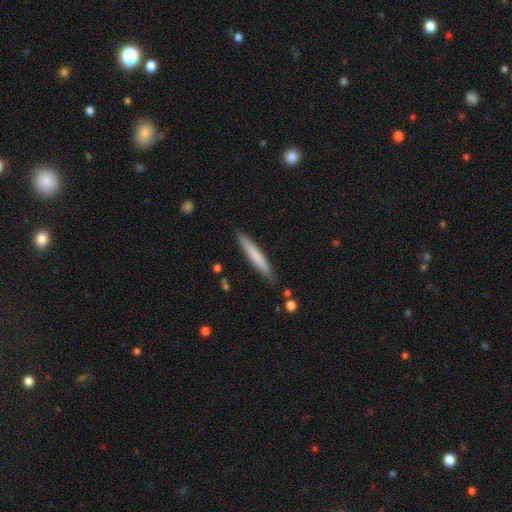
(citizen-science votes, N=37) This is likely a smooth galaxy (70%). How rounded: clearly cigar-shaped (92%). Merging: clearly none (86%).